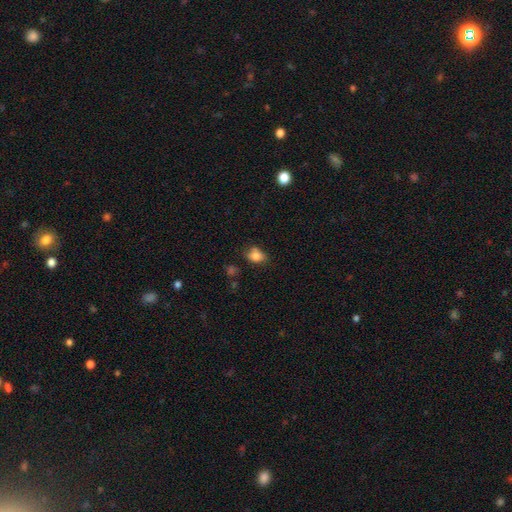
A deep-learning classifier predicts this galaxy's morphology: smooth_or_featured: smooth (p=0.79) [alt: star or artifact p=0.11]
how_rounded: in between (p=0.64) [alt: round p=0.34]
merging: none (p=0.54) [alt: minor disturbance p=0.32]